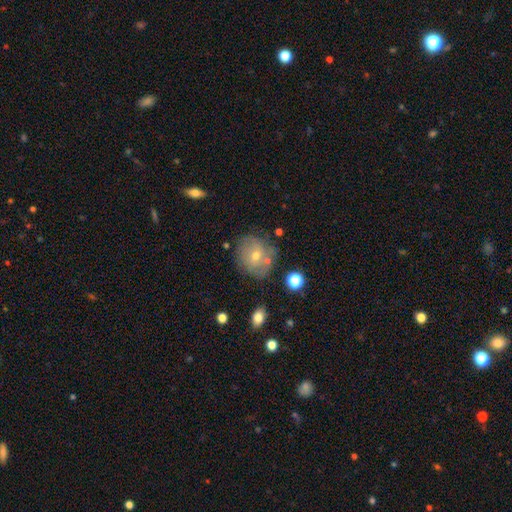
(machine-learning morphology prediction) smooth-or-featured: smooth: 46% | featured or disk: 43% | star or artifact: 11%
  merging: none: 68% | minor disturbance: 19% | merger: 7% | major disturbance: 6%